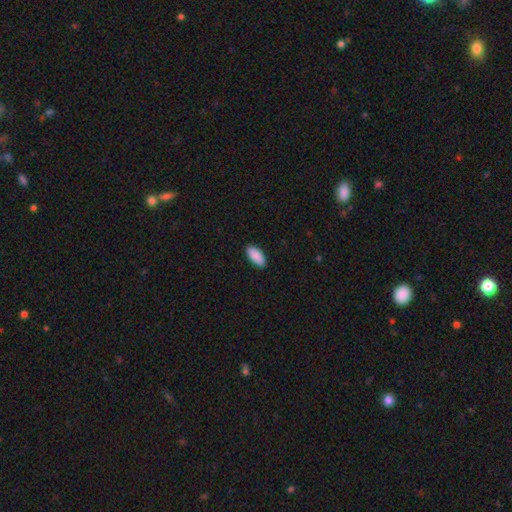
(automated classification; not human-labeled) Smooth or featured? Predicted: smooth (p=0.91). How rounded? Predicted: in between (p=0.90). Merging? Predicted: none (p=0.89).